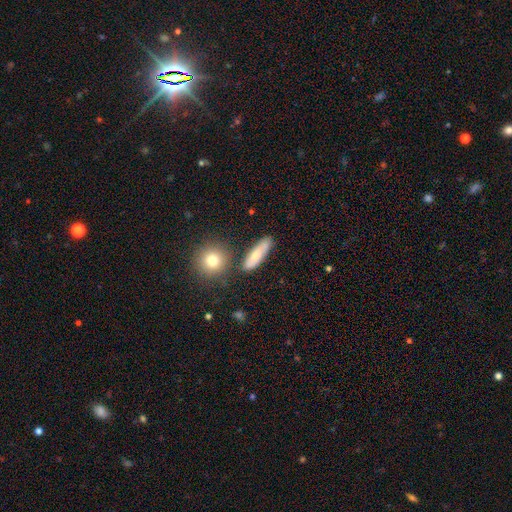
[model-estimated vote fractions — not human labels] Smooth or featured?
  - smooth: 70% *
  - featured or disk: 23%
  - star or artifact: 7%
How rounded?
  - cigar-shaped: 57% *
  - in between: 38%
  - round: 5%
Merging?
  - none: 76% *
  - minor disturbance: 13%
  - merger: 8%
  - major disturbance: 3%